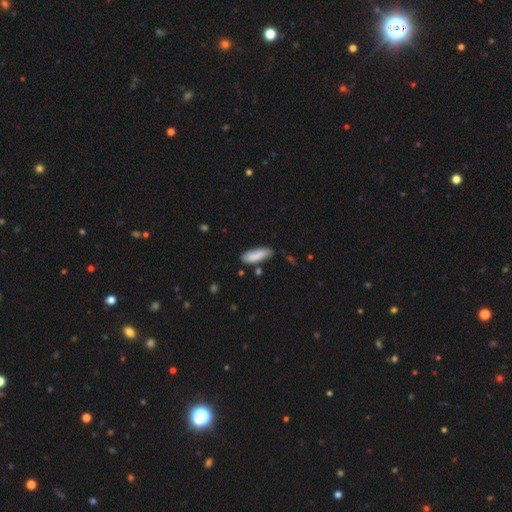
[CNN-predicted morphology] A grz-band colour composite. It shows a smooth galaxy with no disk features (85%) that is in between round and cigar-shaped (53%). Merging: none (71%).